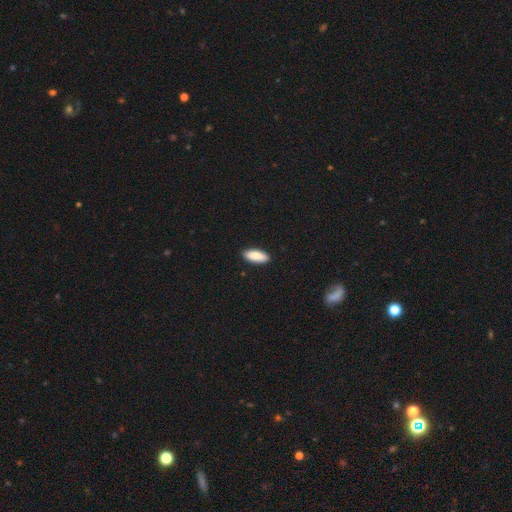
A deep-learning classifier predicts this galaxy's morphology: type=smooth (87%); roundness=in between (78%); merging=none (90%).